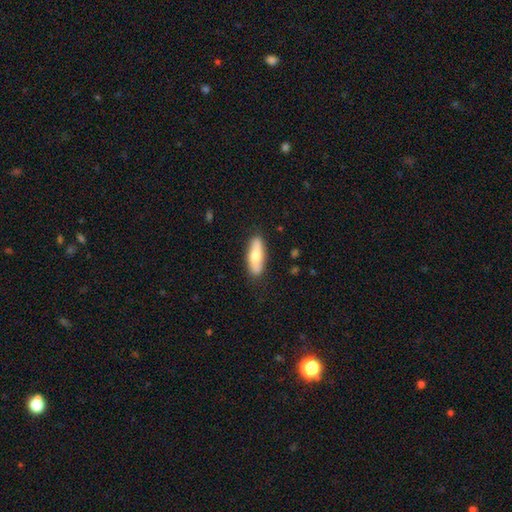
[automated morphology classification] type=smooth (67%); roundness=in between (58%); merging=none (83%).